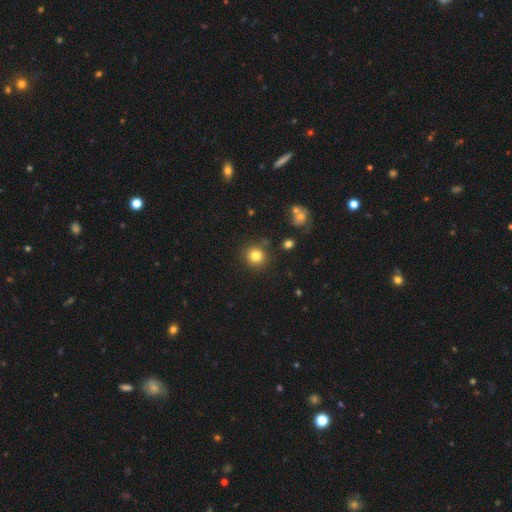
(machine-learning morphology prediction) Smooth or featured?
  - smooth: 82% *
  - star or artifact: 12%
  - featured or disk: 6%
How rounded?
  - round: 91% *
  - in between: 8%
  - cigar-shaped: 1%
Merging?
  - none: 87% *
  - minor disturbance: 7%
  - merger: 4%
  - major disturbance: 3%